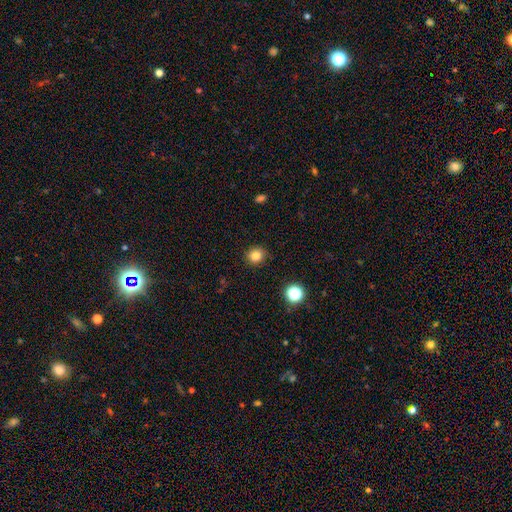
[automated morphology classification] smooth_or_featured: smooth (p=0.83) [alt: star or artifact p=0.12]
how_rounded: round (p=0.83) [alt: in between p=0.16]
merging: none (p=0.90) [alt: minor disturbance p=0.07]